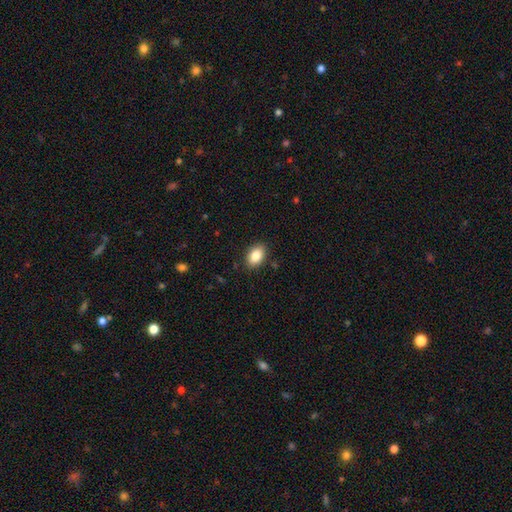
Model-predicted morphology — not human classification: Smooth or featured: smooth — 86% (star or artifact — 8%)
How rounded: in between — 89% (round — 10%)
Merging: none — 88% (minor disturbance — 9%)